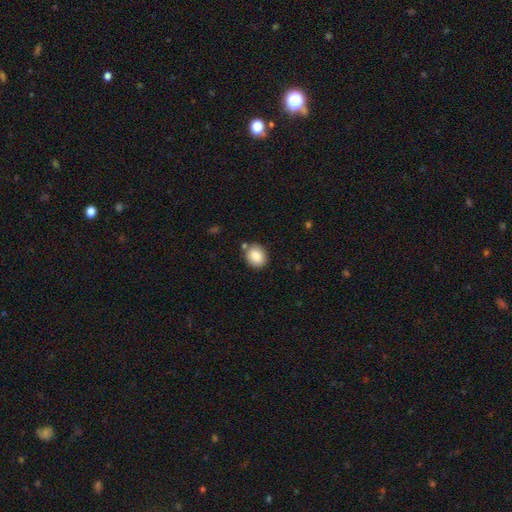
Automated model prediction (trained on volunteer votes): This is clearly a smooth galaxy (86%). How rounded: possibly round (54%). Merging: likely none (78%).